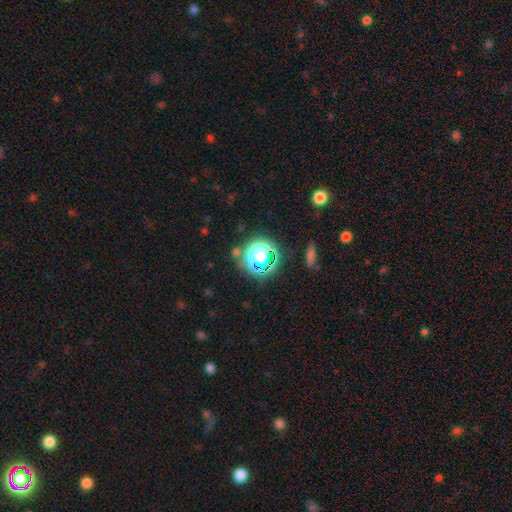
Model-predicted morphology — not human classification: smooth 44%, star or artifact 41%, featured or disk 15%. Down the decision tree: merging — none (67%).